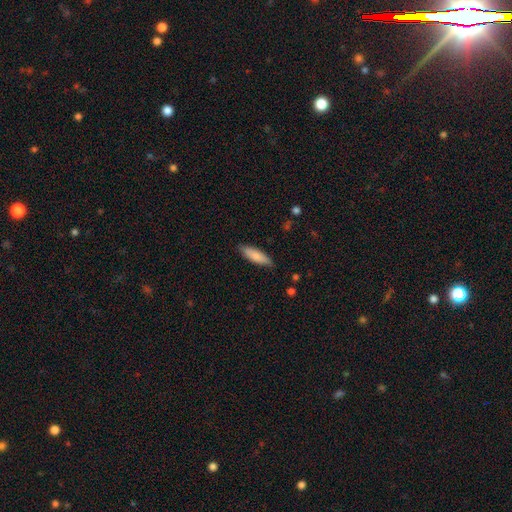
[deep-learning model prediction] smooth_or_featured: smooth (p=0.82) [alt: featured or disk p=0.12]
how_rounded: cigar-shaped (p=0.56) [alt: in between p=0.43]
merging: none (p=0.85) [alt: minor disturbance p=0.12]